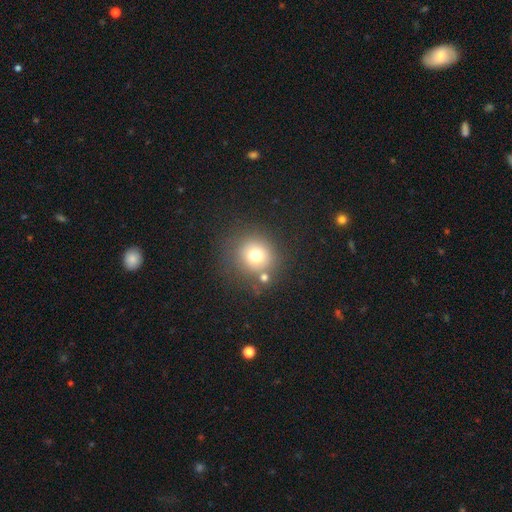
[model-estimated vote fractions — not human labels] The model was most divided on "smooth or featured": smooth: 72%, star or artifact: 14%, featured or disk: 13%. More confident: how rounded — round (89%); merging — none (71%).